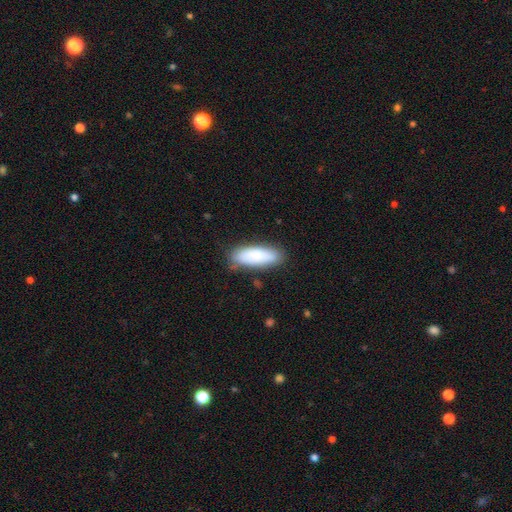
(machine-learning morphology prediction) type=smooth (85%); roundness=in between (69%); merging=none (79%).